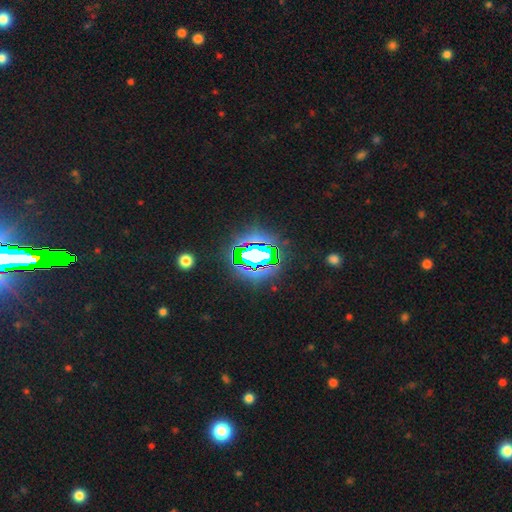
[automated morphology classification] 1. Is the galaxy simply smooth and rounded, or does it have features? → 72% star or artifact, 14% smooth, 13% featured or disk.